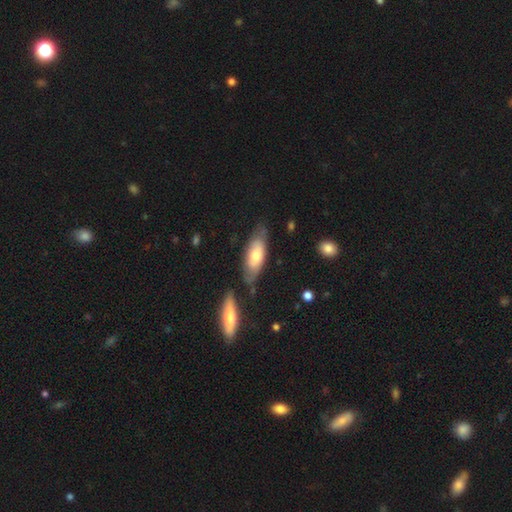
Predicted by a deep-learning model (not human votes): smooth 57%, featured or disk 37%, star or artifact 6%. Down the decision tree: how rounded — in between (72%); merging — none (67%).